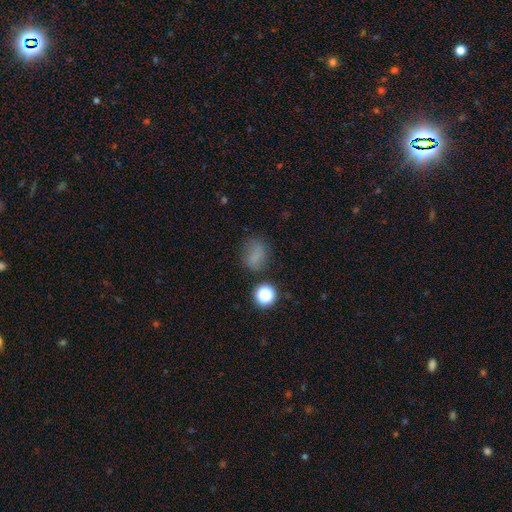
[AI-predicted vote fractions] Smooth or featured? smooth (71%)
How rounded? round (53%)
Merging? none (65%)